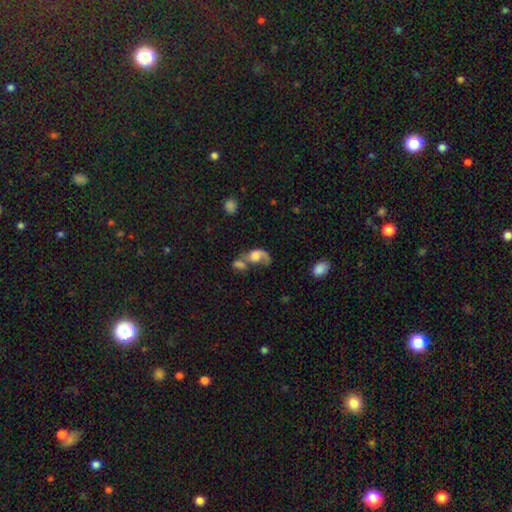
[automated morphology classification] This appears to be a featured or disk galaxy (45%, tied with smooth). Merging: merger (54%).